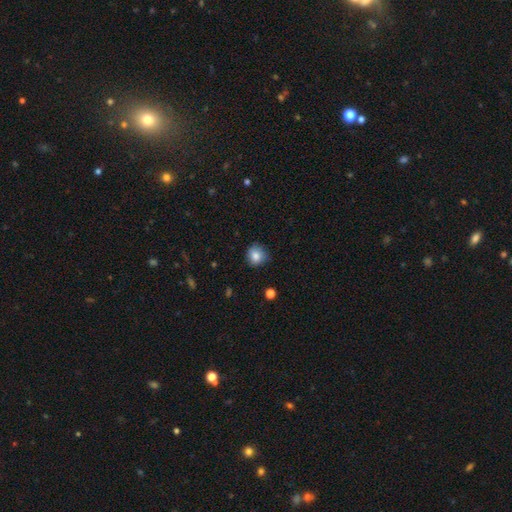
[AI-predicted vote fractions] Smooth or featured: smooth — 82% (star or artifact — 10%)
How rounded: round — 86% (in between — 13%)
Merging: none — 79% (minor disturbance — 17%)